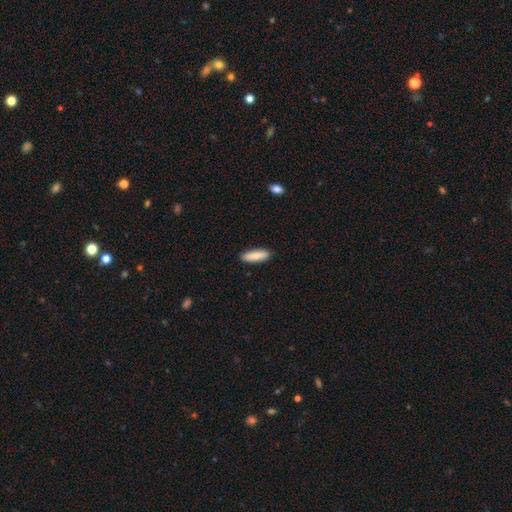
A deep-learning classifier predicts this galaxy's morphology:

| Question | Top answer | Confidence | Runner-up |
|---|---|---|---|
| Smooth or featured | smooth | 86% | featured or disk (9%) |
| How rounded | cigar-shaped | 52% | in between (46%) |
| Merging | none | 89% | minor disturbance (8%) |